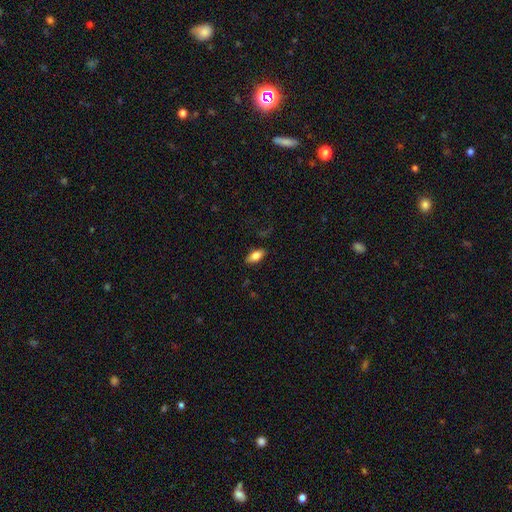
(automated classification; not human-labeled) Smooth or featured?
  - smooth: 78% *
  - featured or disk: 15%
  - star or artifact: 7%
How rounded?
  - in between: 87% *
  - cigar-shaped: 10%
  - round: 4%
Merging?
  - none: 85% *
  - minor disturbance: 11%
  - major disturbance: 3%
  - merger: 1%